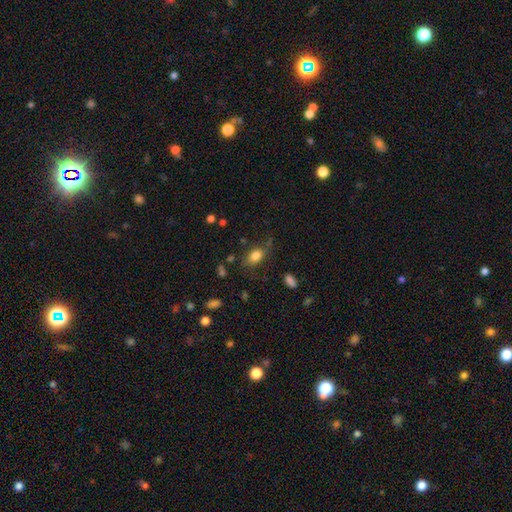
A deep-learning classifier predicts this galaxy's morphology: The model was most divided on "merging": none: 68%, minor disturbance: 20%, major disturbance: 9%, merger: 3%. More confident: how rounded — in between (81%); smooth or featured — smooth (80%).